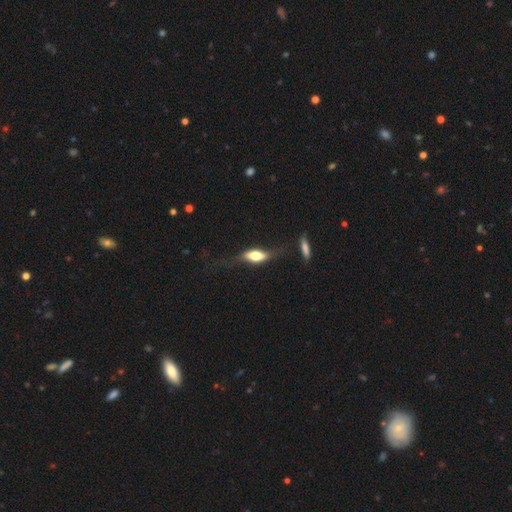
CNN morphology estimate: smooth 48%, featured or disk 45%, star or artifact 7%. Down the decision tree: merging — none (42%).